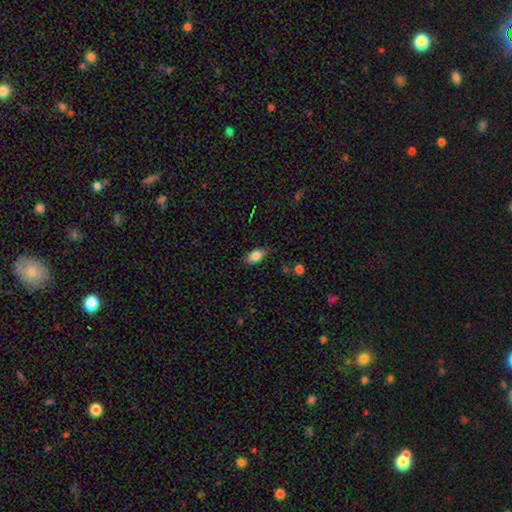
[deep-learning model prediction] A smooth galaxy with no disk features (82%) that is in between round and cigar-shaped (89%).

Vote fractions:
- Smooth or featured? smooth: 82% / featured or disk: 10% / star or artifact: 8%
- How rounded? in between: 89% / round: 6% / cigar-shaped: 5%
- Merging? none: 80% / minor disturbance: 16% / major disturbance: 3% / merger: 1%